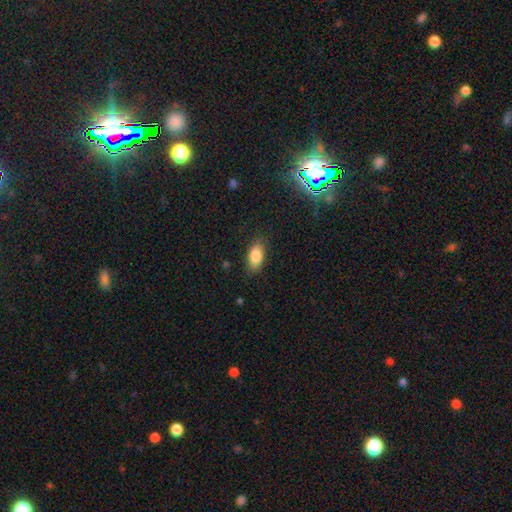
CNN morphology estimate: Overall: smooth (85%). How rounded: in between (89%). Merging: none (83%).